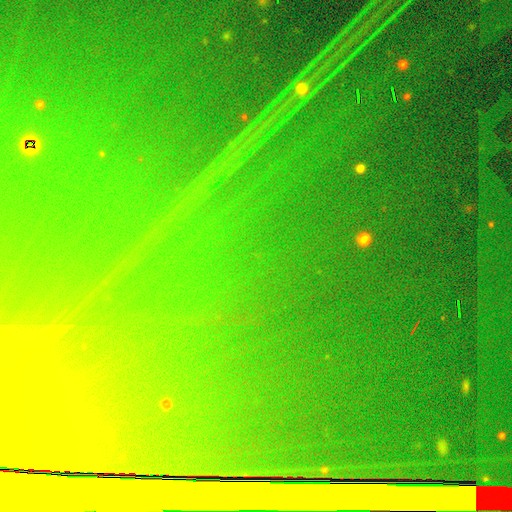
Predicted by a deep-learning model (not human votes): Smooth or featured: star or artifact — 87% (smooth — 7%)